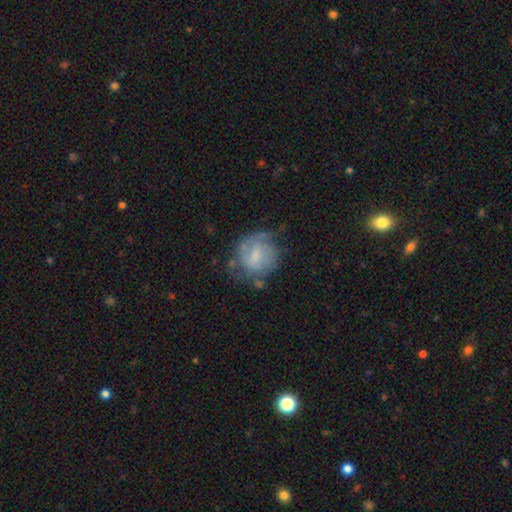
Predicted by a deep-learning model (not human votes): A featured or disk galaxy (50%).

Vote fractions:
- Smooth or featured? featured or disk: 50% / smooth: 42% / star or artifact: 7%
- Edge-on disk? no: 97% / yes: 3%
- Merging? none: 53% / minor disturbance: 27% / major disturbance: 15% / merger: 4%